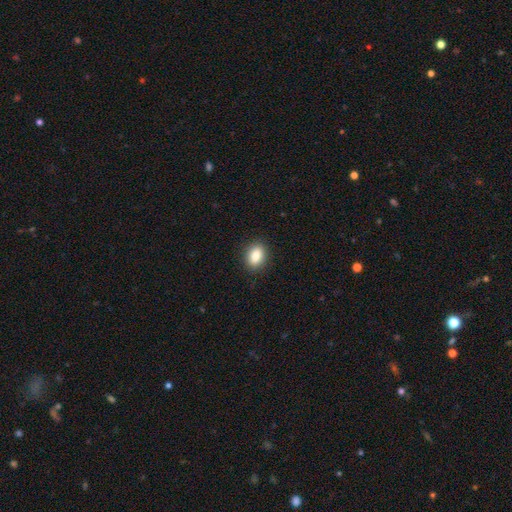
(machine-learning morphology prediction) Overall: smooth (86%). How rounded: in between (76%). Merging: none (90%).